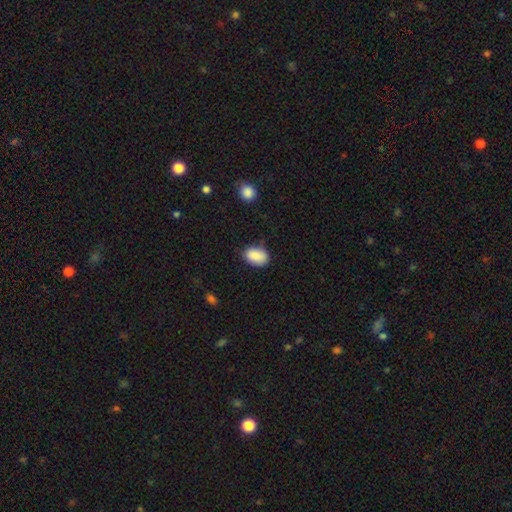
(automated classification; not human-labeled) Smooth or featured? smooth (88%)
How rounded? in between (83%)
Merging? none (76%)